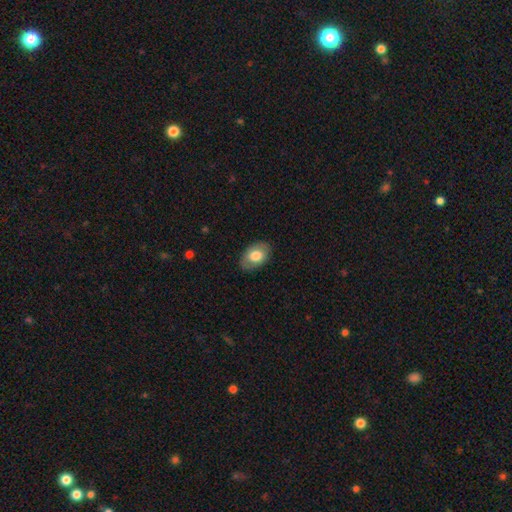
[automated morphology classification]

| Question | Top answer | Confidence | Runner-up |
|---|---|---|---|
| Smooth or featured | smooth | 76% | featured or disk (17%) |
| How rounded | in between | 87% | round (12%) |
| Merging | none | 83% | minor disturbance (13%) |